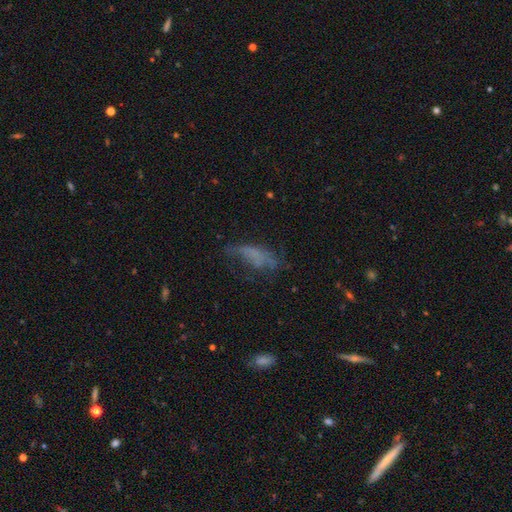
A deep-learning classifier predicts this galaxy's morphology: The model was most divided on "merging": none: 41%, major disturbance: 30%, minor disturbance: 26%, merger: 4%. More confident: how rounded — in between (60%); smooth or featured — smooth (50%).